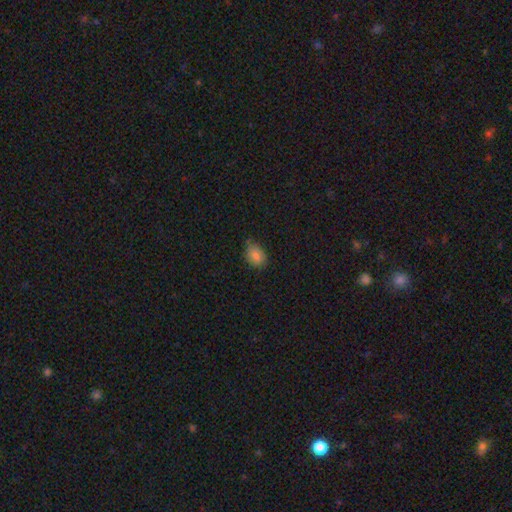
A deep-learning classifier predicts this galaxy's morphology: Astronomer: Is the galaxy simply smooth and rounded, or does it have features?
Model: smooth — 82%.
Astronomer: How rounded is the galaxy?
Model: in between — 78%.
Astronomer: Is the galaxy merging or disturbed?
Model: none — 66%.